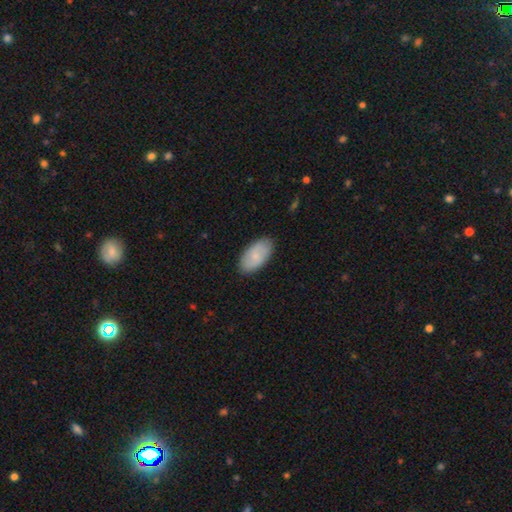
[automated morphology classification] Q: Smooth or featured?
A: smooth (76%); runner-up: featured or disk (18%)
Q: How rounded?
A: in between (95%); runner-up: cigar-shaped (3%)
Q: Merging?
A: none (86%); runner-up: minor disturbance (11%)